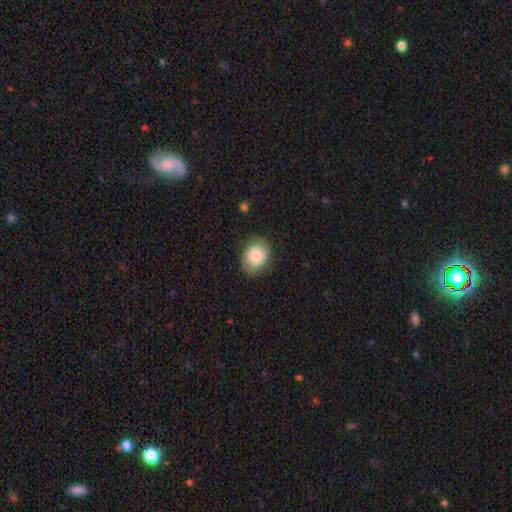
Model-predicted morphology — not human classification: A smooth galaxy with no disk features (74%) that is in between round and cigar-shaped (60%). Merging: none (77%).